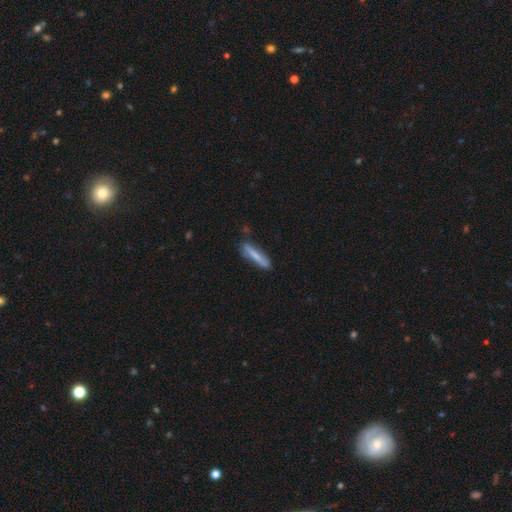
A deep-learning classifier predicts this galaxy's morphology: Smooth or featured: smooth — 64% (featured or disk — 30%)
How rounded: cigar-shaped — 86% (in between — 12%)
Merging: none — 74% (minor disturbance — 19%)